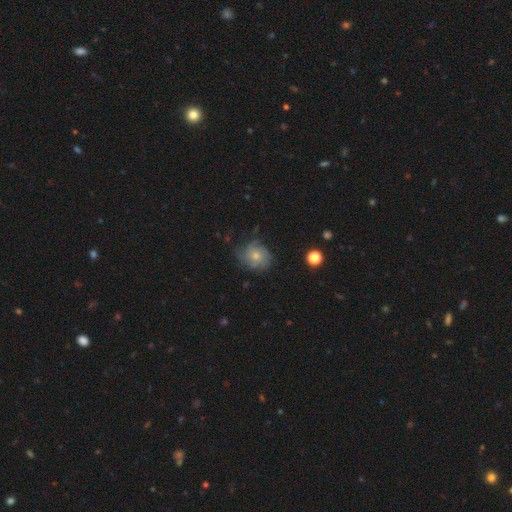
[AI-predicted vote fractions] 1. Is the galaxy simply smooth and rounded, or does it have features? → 46% smooth, 43% featured or disk, 11% star or artifact.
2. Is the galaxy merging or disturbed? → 63% none, 26% minor disturbance, 10% major disturbance, 2% merger.